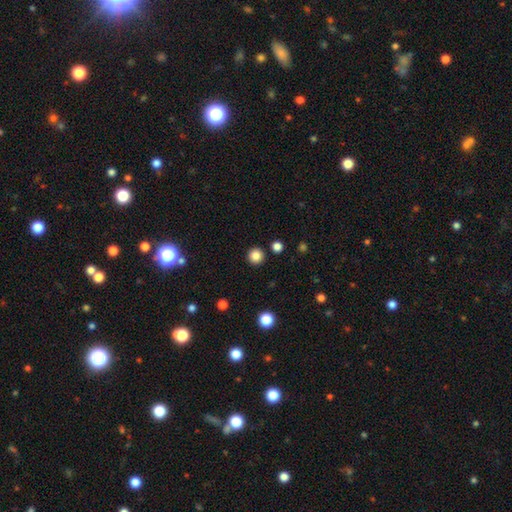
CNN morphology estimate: smooth 85%, star or artifact 11%, featured or disk 4%. Down the decision tree: how rounded — round (95%); merging — none (92%).